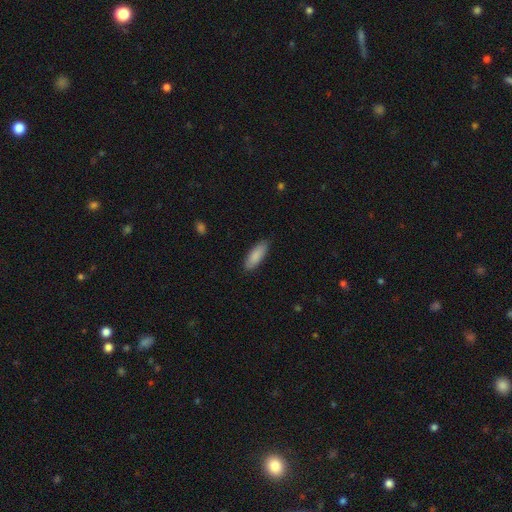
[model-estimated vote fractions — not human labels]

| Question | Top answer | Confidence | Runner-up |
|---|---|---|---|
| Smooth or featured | smooth | 87% | featured or disk (7%) |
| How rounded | in between | 63% | cigar-shaped (35%) |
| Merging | none | 86% | minor disturbance (11%) |